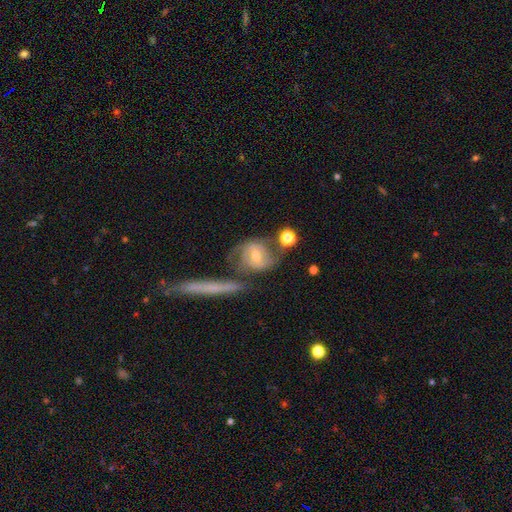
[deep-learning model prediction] featured or disk 60%, smooth 33%, star or artifact 8%. Down the decision tree: edge-on disk — no (91%); bar — weak (41%); spiral arms — yes (77%); bulge size — moderate (62%); merging — none (50%).